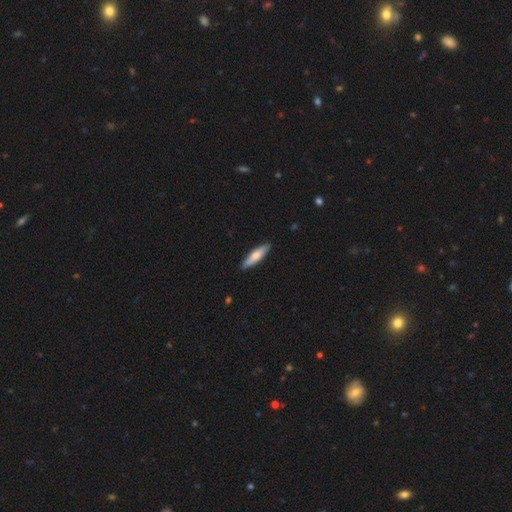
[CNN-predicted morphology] Smooth or featured? Predicted: smooth (p=0.64). How rounded? Predicted: cigar-shaped (p=0.74). Merging? Predicted: none (p=0.87).